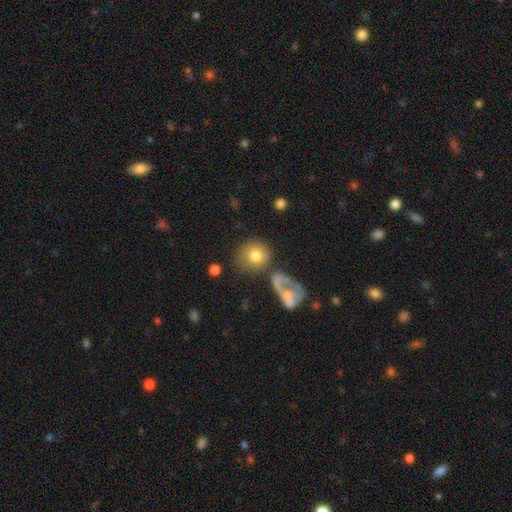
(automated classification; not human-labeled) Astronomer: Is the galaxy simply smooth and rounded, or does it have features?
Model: smooth — 76%.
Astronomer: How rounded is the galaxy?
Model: round — 86%.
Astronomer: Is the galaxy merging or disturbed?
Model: none — 59%.